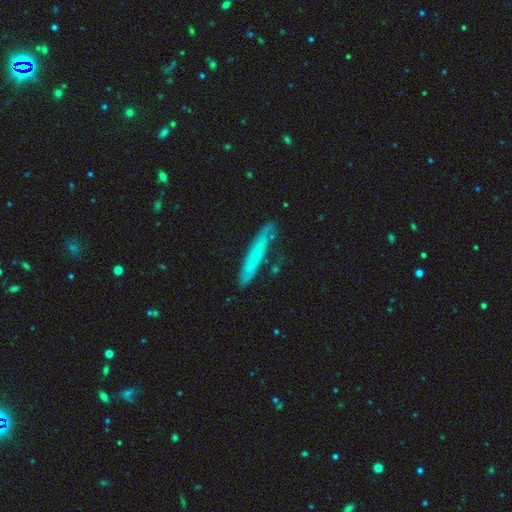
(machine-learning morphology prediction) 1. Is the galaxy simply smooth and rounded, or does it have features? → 47% featured or disk, 46% smooth, 7% star or artifact.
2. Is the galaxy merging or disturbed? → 75% none, 18% minor disturbance, 4% major disturbance, 3% merger.